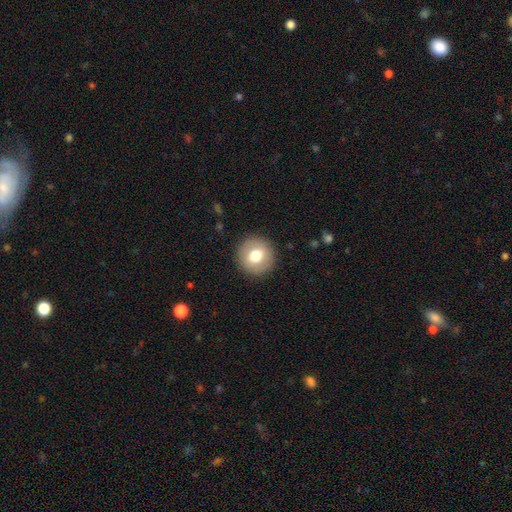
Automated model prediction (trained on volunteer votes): A smooth galaxy with no disk features (73%) that is round (94%).

Vote fractions:
- Smooth or featured? smooth: 73% / featured or disk: 19% / star or artifact: 8%
- How rounded? round: 94% / in between: 5% / cigar-shaped: 1%
- Merging? none: 91% / minor disturbance: 5% / major disturbance: 2% / merger: 1%